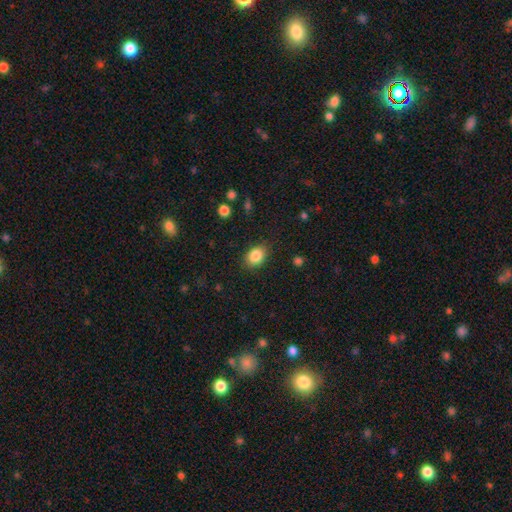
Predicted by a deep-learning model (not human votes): Smooth or featured?
  - smooth: 86% *
  - star or artifact: 9%
  - featured or disk: 5%
How rounded?
  - in between: 70% *
  - round: 29%
  - cigar-shaped: 1%
Merging?
  - none: 84% *
  - minor disturbance: 11%
  - major disturbance: 3%
  - merger: 1%